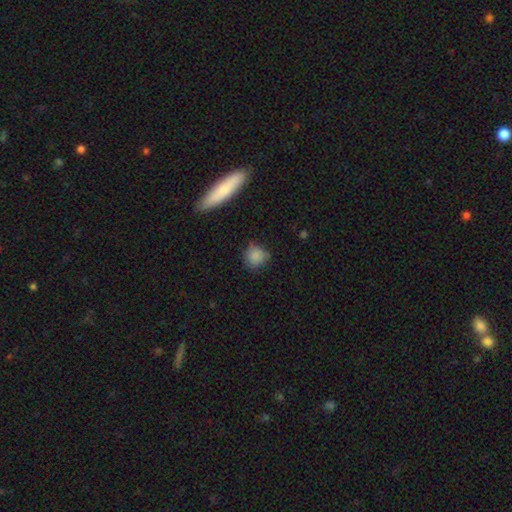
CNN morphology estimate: Overall: smooth (82%). How rounded: round (84%). Merging: none (72%).